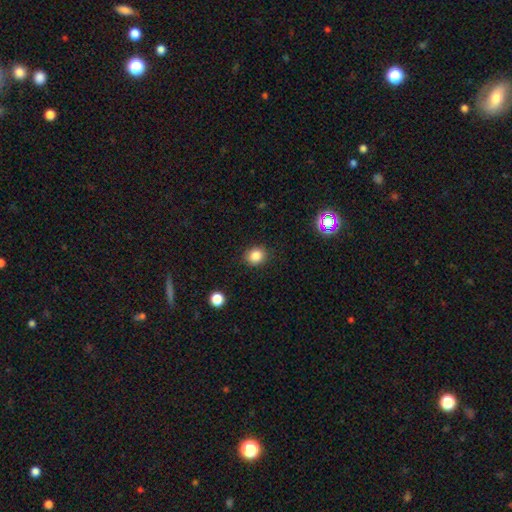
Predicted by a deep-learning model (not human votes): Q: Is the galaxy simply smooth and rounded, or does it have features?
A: smooth — 84%.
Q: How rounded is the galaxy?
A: round — 72%.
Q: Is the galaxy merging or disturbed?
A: none — 87%.